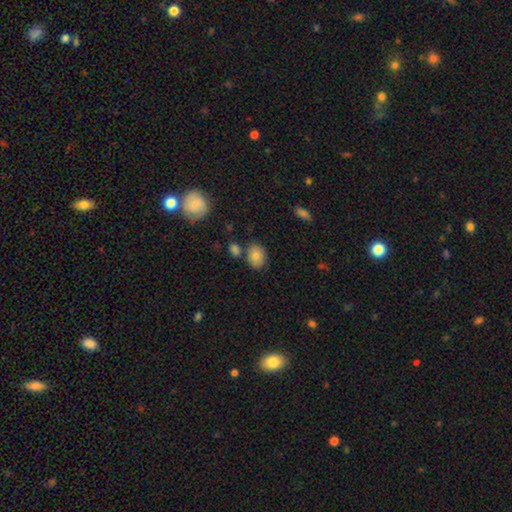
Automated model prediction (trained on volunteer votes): smooth_or_featured: smooth (p=0.81) [alt: featured or disk p=0.11]
how_rounded: in between (p=0.56) [alt: round p=0.43]
merging: none (p=0.72) [alt: minor disturbance p=0.13]